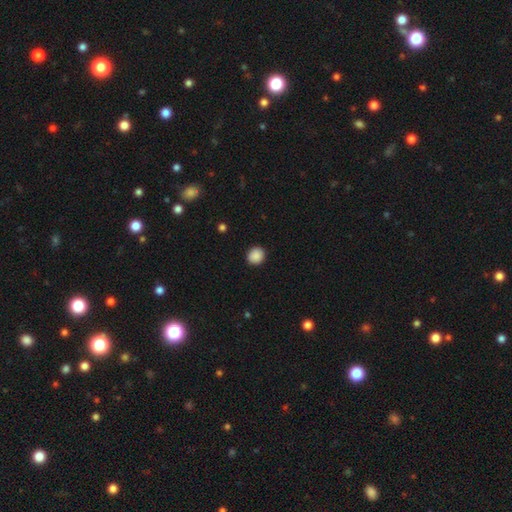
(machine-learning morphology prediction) This is clearly a smooth galaxy (89%). How rounded: clearly round (87%). Merging: clearly none (90%).